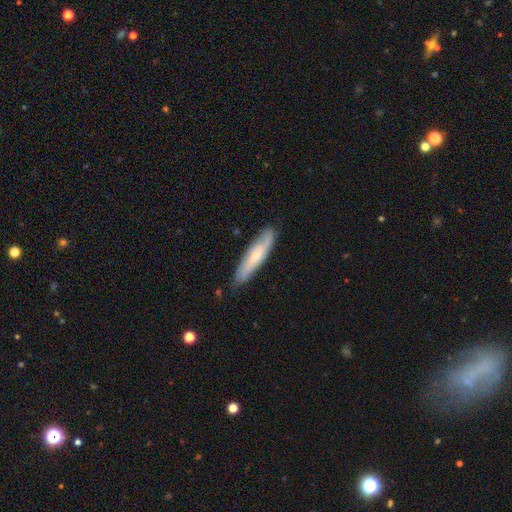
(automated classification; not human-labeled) smooth_or_featured: smooth (p=0.49) [alt: featured or disk p=0.46]
merging: none (p=0.80) [alt: minor disturbance p=0.16]